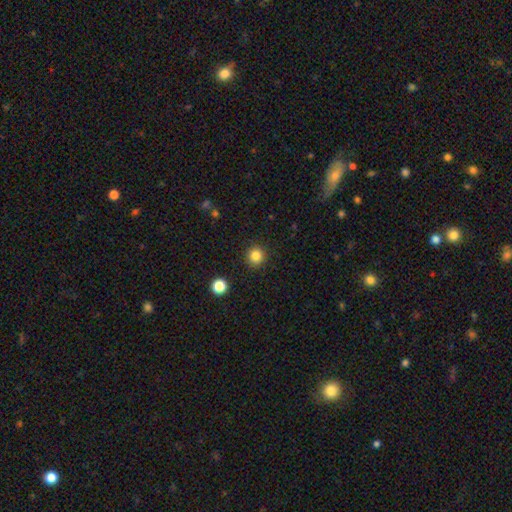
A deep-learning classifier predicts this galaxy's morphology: Smooth or featured? smooth (83%)
How rounded? round (93%)
Merging? none (91%)